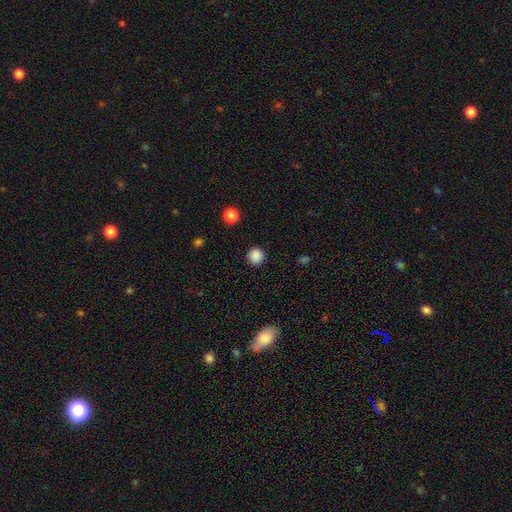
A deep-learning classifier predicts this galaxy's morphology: A smooth galaxy with no disk features (87%) that is round (94%). Merging: none (91%).